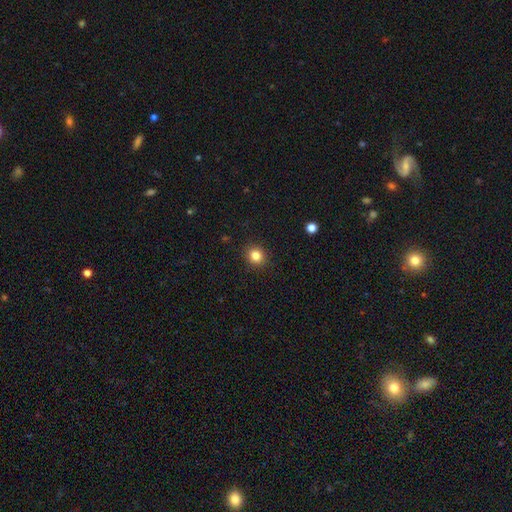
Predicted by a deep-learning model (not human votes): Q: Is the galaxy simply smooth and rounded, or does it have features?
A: smooth — 84%.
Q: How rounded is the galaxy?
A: round — 82%.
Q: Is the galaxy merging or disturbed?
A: none — 91%.